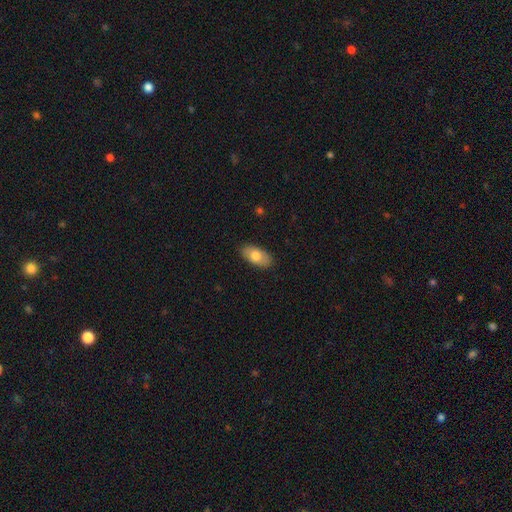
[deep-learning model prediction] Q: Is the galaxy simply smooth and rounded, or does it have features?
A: smooth — 76%.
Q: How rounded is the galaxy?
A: in between — 93%.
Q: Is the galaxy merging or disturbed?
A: none — 87%.